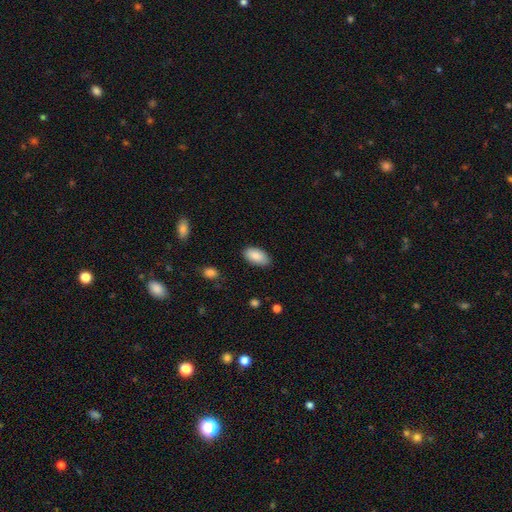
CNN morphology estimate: Overall: smooth (88%). How rounded: in between (95%). Merging: none (84%).